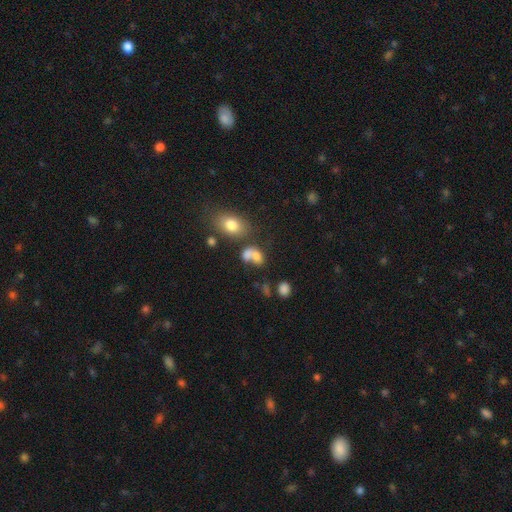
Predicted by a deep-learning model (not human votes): smooth 72%, featured or disk 14%, star or artifact 13%. Down the decision tree: how rounded — in between (71%); merging — merger (54%).